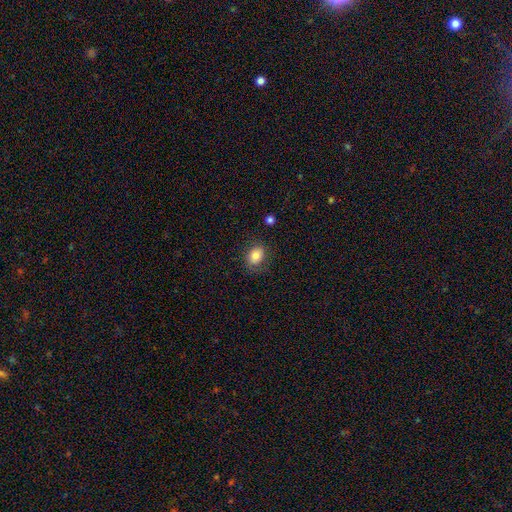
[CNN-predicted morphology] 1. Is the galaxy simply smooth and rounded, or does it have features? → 80% smooth, 11% featured or disk, 9% star or artifact.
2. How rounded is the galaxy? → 66% in between, 33% round, 1% cigar-shaped.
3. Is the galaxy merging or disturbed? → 76% none, 16% minor disturbance, 6% major disturbance, 2% merger.